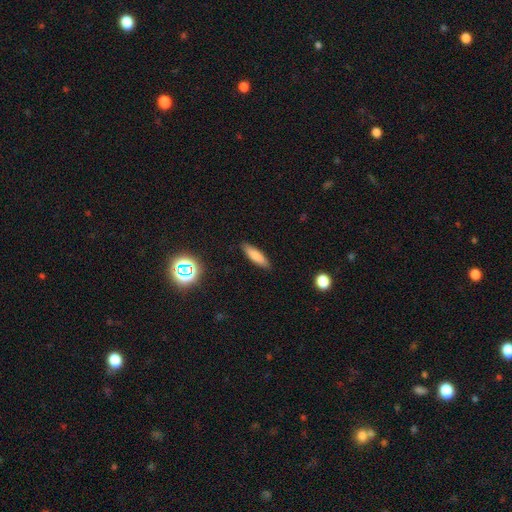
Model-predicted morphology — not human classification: Q: Smooth or featured?
A: smooth (79%); runner-up: featured or disk (13%)
Q: How rounded?
A: cigar-shaped (59%); runner-up: in between (39%)
Q: Merging?
A: none (88%); runner-up: minor disturbance (8%)